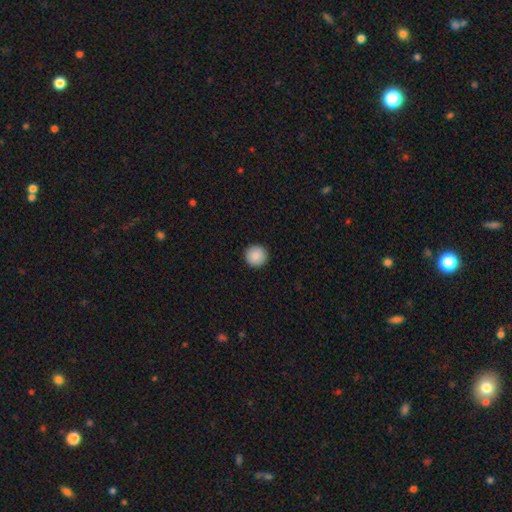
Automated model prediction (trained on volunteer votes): smooth_or_featured: smooth (p=0.89) [alt: star or artifact p=0.07]
how_rounded: round (p=0.95) [alt: in between p=0.04]
merging: none (p=0.93) [alt: minor disturbance p=0.05]